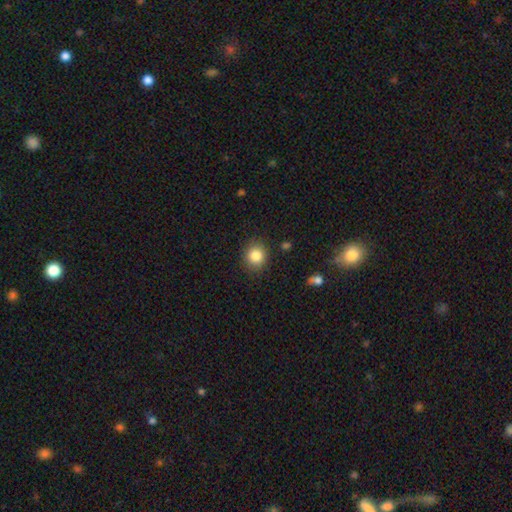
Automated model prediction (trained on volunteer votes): A smooth galaxy with no disk features (84%) that is round (80%). Merging: none (87%).